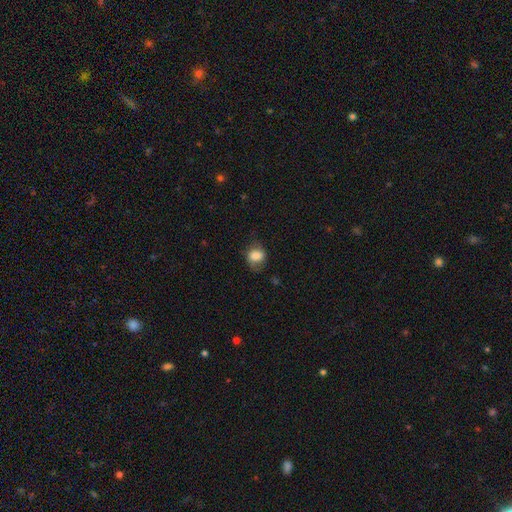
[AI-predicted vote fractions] Overall: smooth (78%). How rounded: in between (50%; round 49%). Merging: none (57%; minor disturbance 28%).